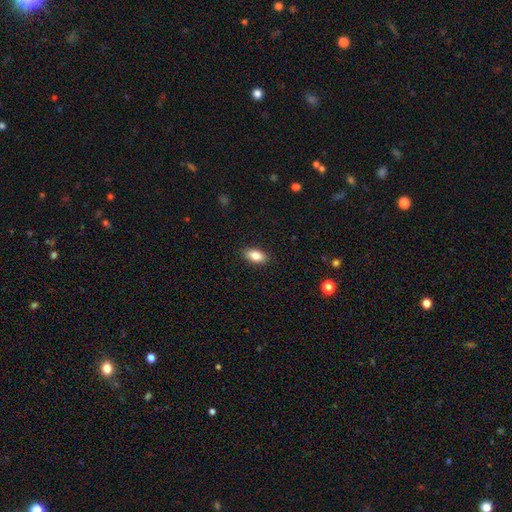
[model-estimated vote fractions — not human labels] Smooth or featured? Predicted: smooth (p=0.84). How rounded? Predicted: in between (p=0.90). Merging? Predicted: none (p=0.89).